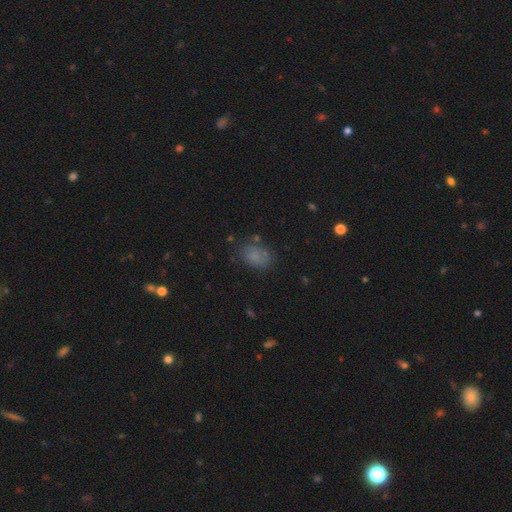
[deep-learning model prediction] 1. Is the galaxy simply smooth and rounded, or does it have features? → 76% smooth, 14% star or artifact, 10% featured or disk.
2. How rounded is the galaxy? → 73% in between, 25% round, 1% cigar-shaped.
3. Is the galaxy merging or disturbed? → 68% none, 20% minor disturbance, 8% major disturbance, 4% merger.